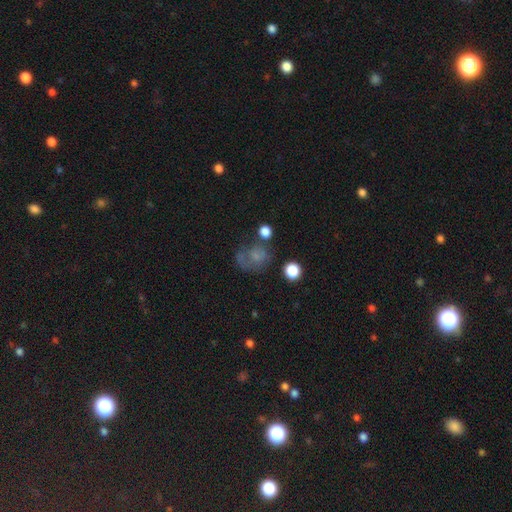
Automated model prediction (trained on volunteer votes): This is possibly a smooth galaxy (54%). How rounded: likely round (61%). Merging: marginally none (42%).